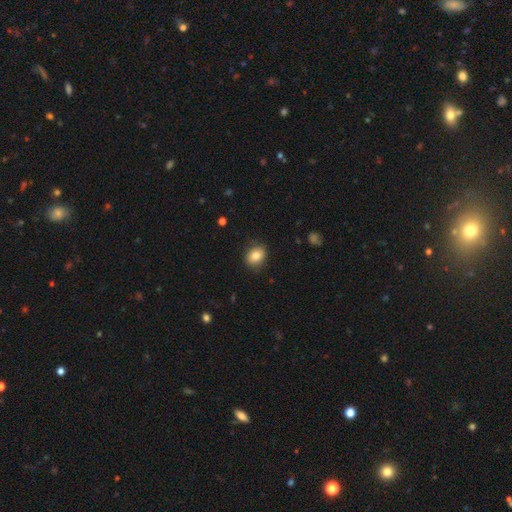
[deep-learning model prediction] Morphology: type=smooth (82%); roundness=in between (54%); merging=none (86%).